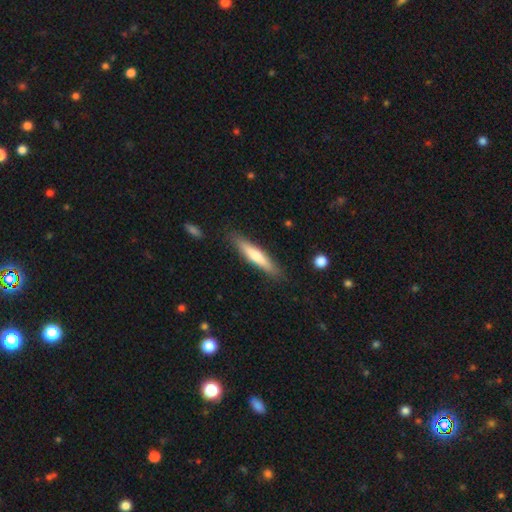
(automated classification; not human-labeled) The model was most divided on "smooth or featured": smooth: 61%, featured or disk: 34%, star or artifact: 5%. More confident: how rounded — cigar-shaped (89%); merging — none (87%).